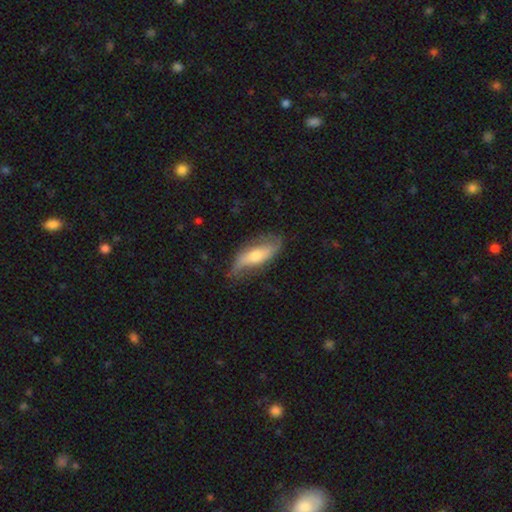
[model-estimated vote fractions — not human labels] This is likely a featured or disk galaxy (61%). It is likely not viewed edge-on (75%). Merging: likely none (68%).